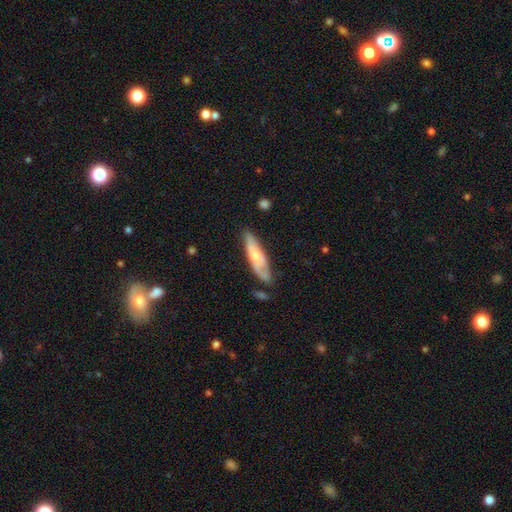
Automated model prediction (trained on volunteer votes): This appears to be a smooth galaxy with no disk features (50%) that is cigar-shaped (62%). Merging: none (61%).